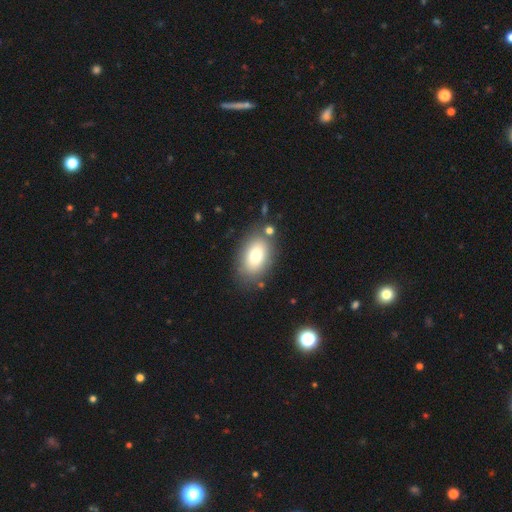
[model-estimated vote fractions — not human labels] smooth-or-featured: smooth: 78% | featured or disk: 13% | star or artifact: 8%
  how-rounded: in between: 89% | round: 9% | cigar-shaped: 2%
  merging: none: 77% | minor disturbance: 13% | merger: 6% | major disturbance: 4%